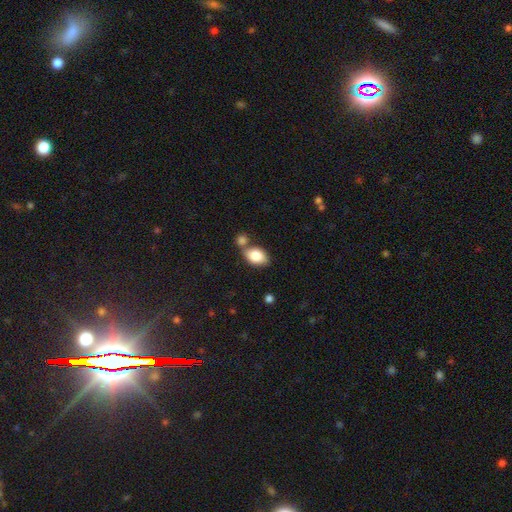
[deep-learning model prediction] Morphology: type=smooth (83%); roundness=in between (85%); merging=none (48%).